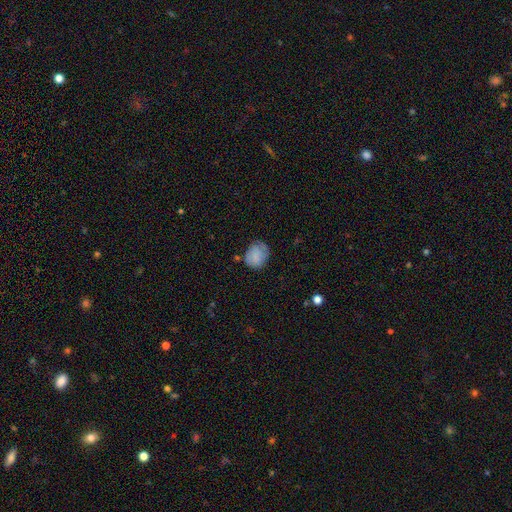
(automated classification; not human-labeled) smooth 72%, featured or disk 20%, star or artifact 9%. Down the decision tree: how rounded — round (61%); merging — none (57%).